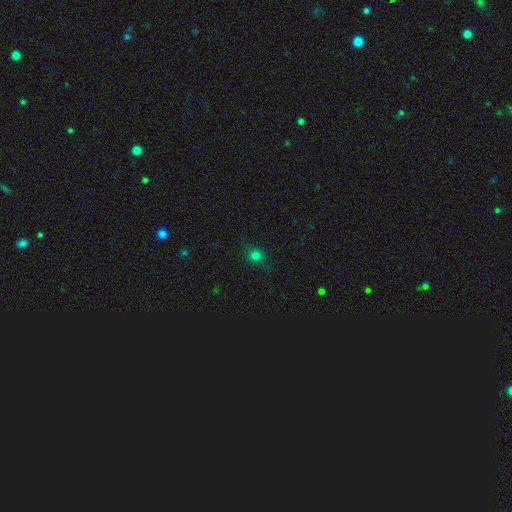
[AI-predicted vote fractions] smooth 74%, star or artifact 20%, featured or disk 6%. Down the decision tree: how rounded — round (74%); merging — none (82%).